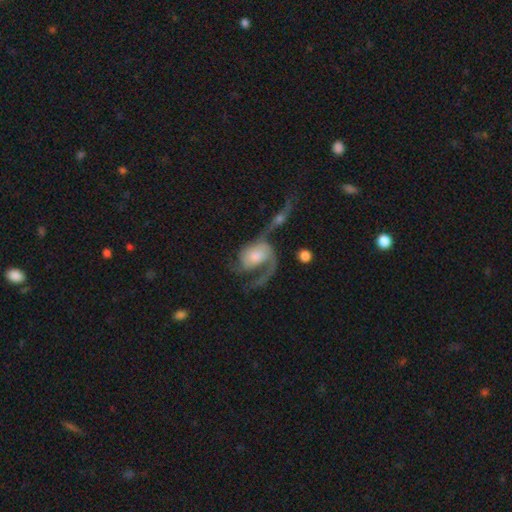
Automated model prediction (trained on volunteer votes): smooth-or-featured: featured or disk: 79% | smooth: 15% | star or artifact: 6%
  disk-edge-on: no: 97% | yes: 3%
    bar: no: 66% | weak: 27% | strong: 7%
    has-spiral-arms: yes: 92% | no: 8%
      spiral-winding: loose: 50% | medium: 36% | tight: 14%
      spiral-arm-count: 2: 48% | 1: 33% | can't tell: 8% | 3: 7% | 4: 3% | more than 4: 2%
    bulge-size: moderate: 36% | large: 31% | small: 17% | none: 11% | dominant: 5%
  merging: merger: 33% (tied) | major disturbance: 33% (tied) | none: 22% | minor disturbance: 12%